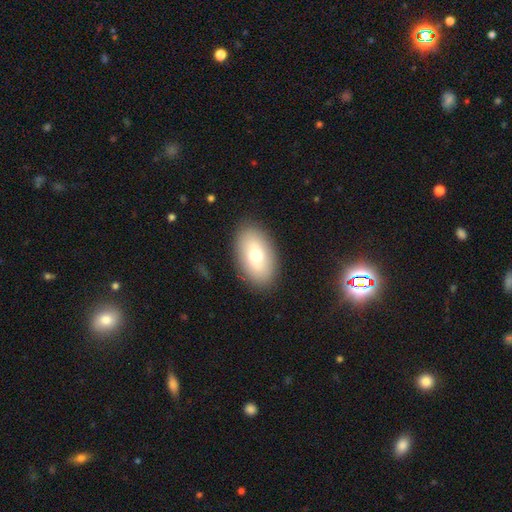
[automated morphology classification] The model was most divided on "smooth or featured": smooth: 70%, featured or disk: 23%, star or artifact: 8%. More confident: how rounded — in between (91%); merging — none (88%).